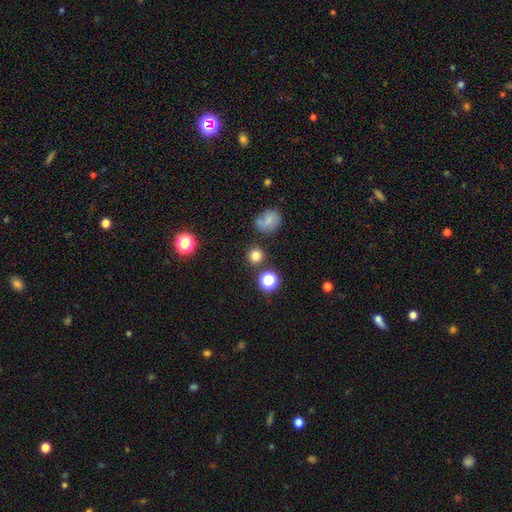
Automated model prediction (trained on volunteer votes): A smooth galaxy with no disk features (76%) that is round (92%).

Vote fractions:
- Smooth or featured? smooth: 76% / star or artifact: 17% / featured or disk: 6%
- How rounded? round: 92% / in between: 7% / cigar-shaped: 1%
- Merging? none: 82% / minor disturbance: 8% / merger: 7% / major disturbance: 3%